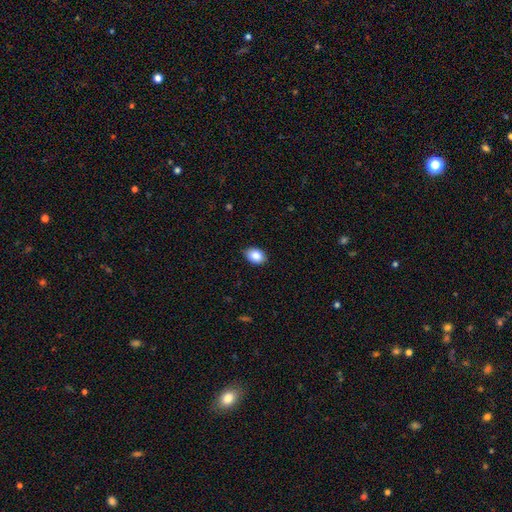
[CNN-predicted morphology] The model was most divided on "how rounded": in between: 80%, round: 19%, cigar-shaped: 1%. More confident: merging — none (87%); smooth or featured — smooth (86%).